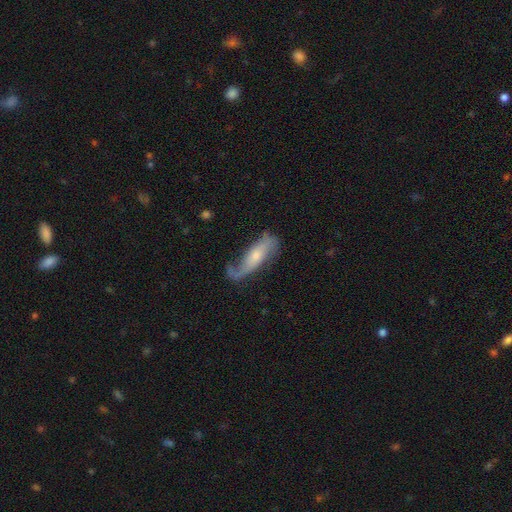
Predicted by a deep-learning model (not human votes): Smooth or featured: featured or disk — 69% (smooth — 25%)
Edge-on disk: no — 80% (yes — 20%)
Bar: no — 59% (weak — 28%)
Spiral arms: yes — 88% (no — 12%)
Bulge size: small — 50% (moderate — 39%)
Merging: none — 49% (minor disturbance — 26%)